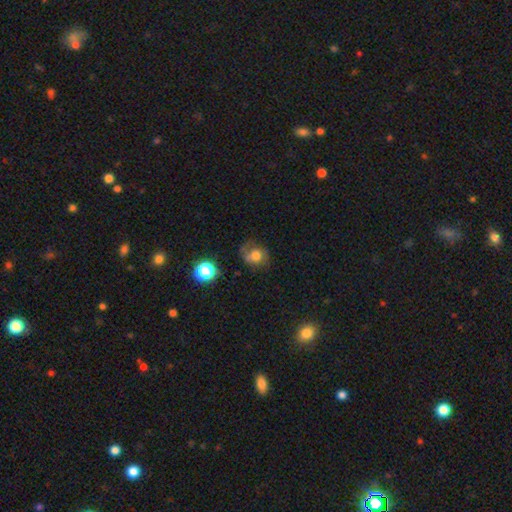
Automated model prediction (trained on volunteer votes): This appears to be a smooth galaxy with no disk features (62%) that is round (67%). Merging: none (46%).